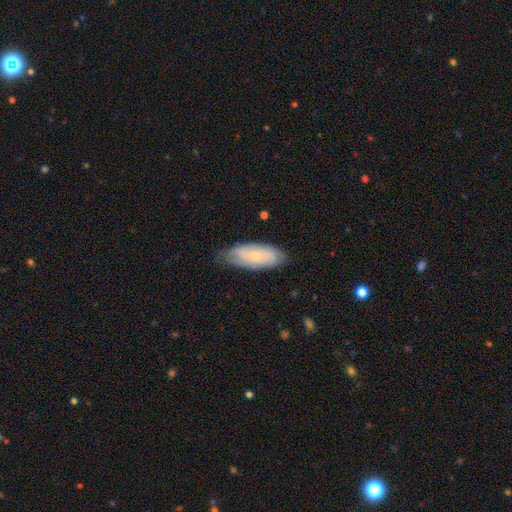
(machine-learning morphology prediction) smooth_or_featured: smooth (p=0.49) [alt: featured or disk p=0.45]
merging: none (p=0.72) [alt: minor disturbance p=0.22]